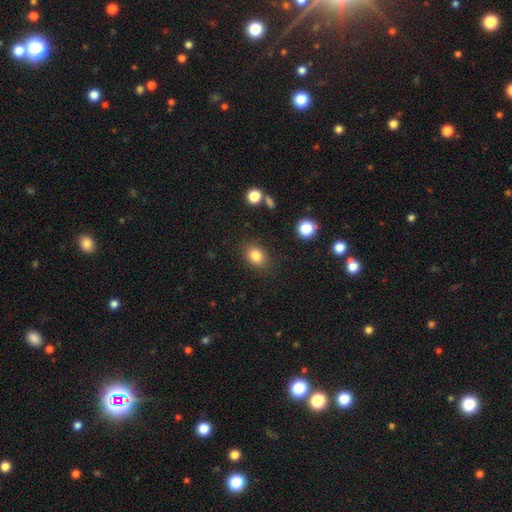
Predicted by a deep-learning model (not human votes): Smooth or featured? smooth (83%)
How rounded? in between (57%)
Merging? none (84%)